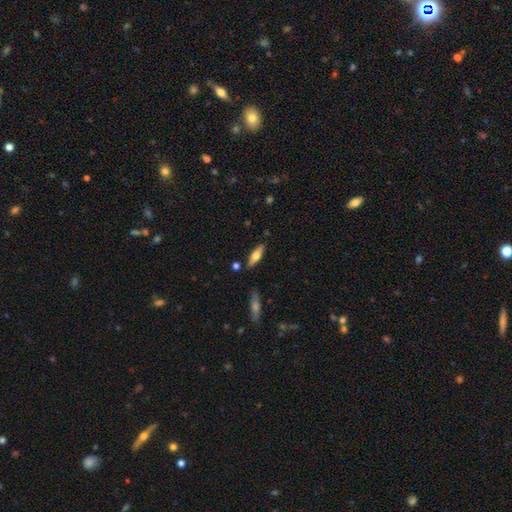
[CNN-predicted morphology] A smooth galaxy with no disk features (60%) that is in between round and cigar-shaped (53%). Merging: none (84%).